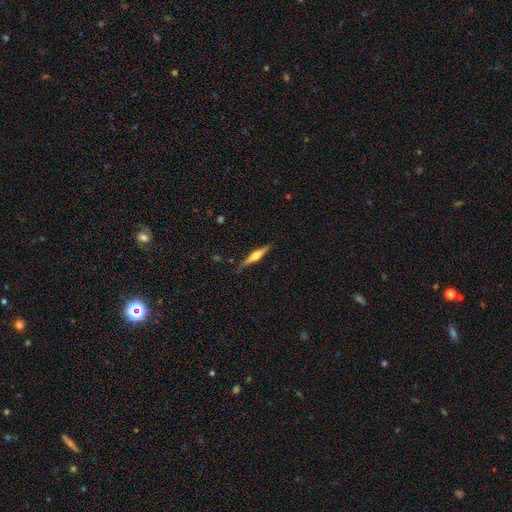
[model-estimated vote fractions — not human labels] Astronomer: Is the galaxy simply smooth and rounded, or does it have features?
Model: featured or disk — 73%.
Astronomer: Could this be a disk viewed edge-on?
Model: yes — 98%.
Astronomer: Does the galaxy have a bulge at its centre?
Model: rounded — 90%.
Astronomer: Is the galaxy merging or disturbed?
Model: none — 86%.